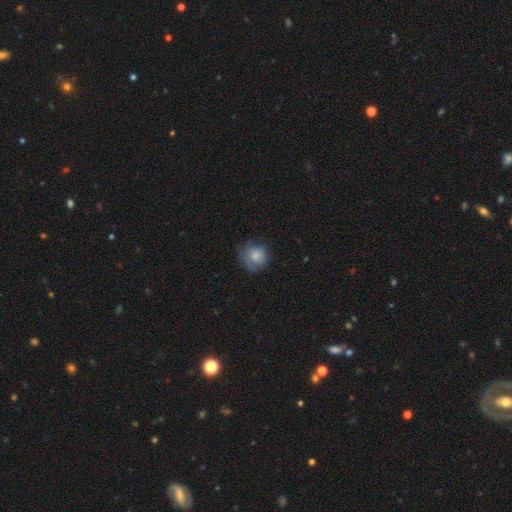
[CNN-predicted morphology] The model was most divided on "merging": none: 63%, minor disturbance: 24%, major disturbance: 11%, merger: 1%. More confident: how rounded — round (85%); smooth or featured — smooth (69%).